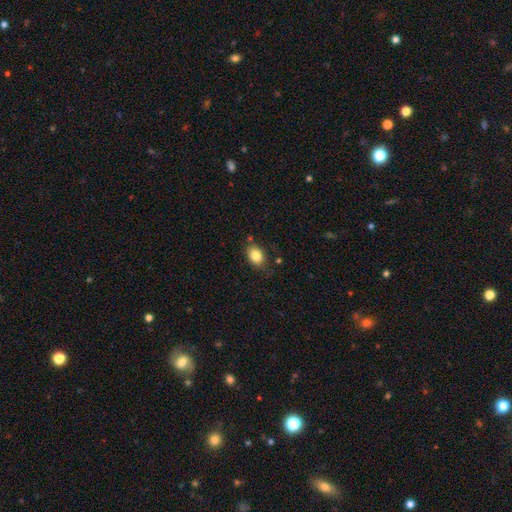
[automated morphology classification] Overall: smooth (83%). How rounded: in between (76%). Merging: none (75%).